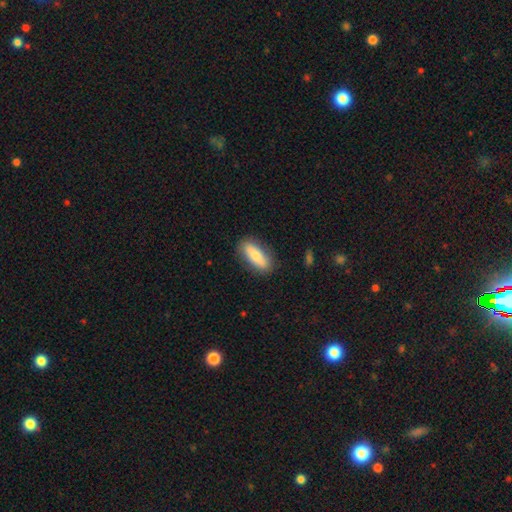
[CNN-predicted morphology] smooth_or_featured: smooth (p=0.74) [alt: featured or disk p=0.20]
how_rounded: in between (p=0.71) [alt: cigar-shaped p=0.27]
merging: none (p=0.85) [alt: minor disturbance p=0.11]